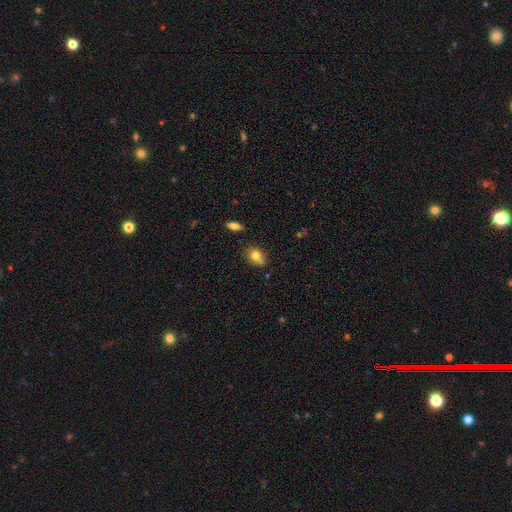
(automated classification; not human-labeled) Smooth or featured? smooth (78%)
How rounded? in between (68%)
Merging? none (58%)